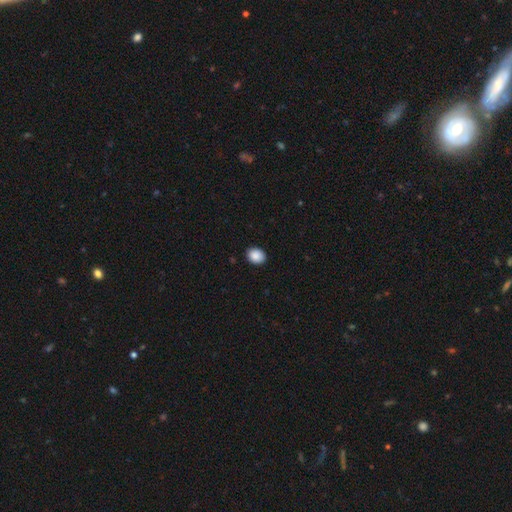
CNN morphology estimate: smooth_or_featured: smooth (p=0.89) [alt: star or artifact p=0.08]
how_rounded: in between (p=0.52) [alt: round p=0.47]
merging: none (p=0.90) [alt: minor disturbance p=0.07]